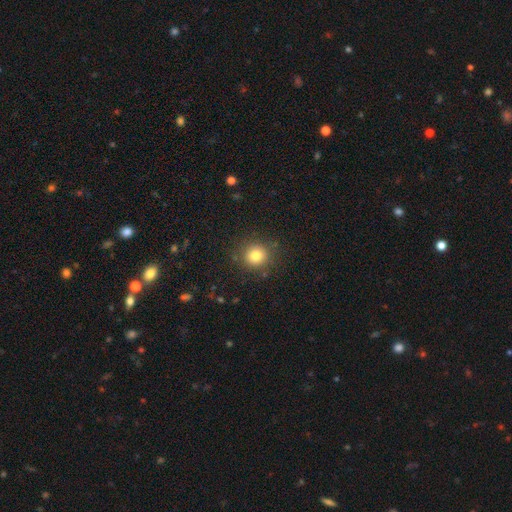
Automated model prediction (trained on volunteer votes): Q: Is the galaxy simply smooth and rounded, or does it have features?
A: smooth — 79%.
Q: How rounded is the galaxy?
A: round — 91%.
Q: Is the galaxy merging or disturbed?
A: none — 86%.